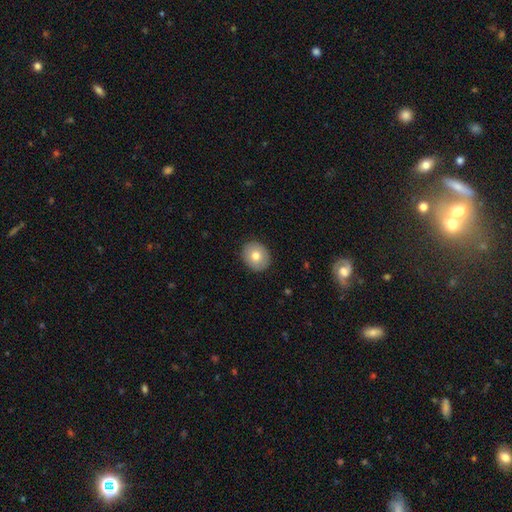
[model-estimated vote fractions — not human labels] smooth-or-featured: smooth: 74% | featured or disk: 18% | star or artifact: 8%
  how-rounded: round: 71% | in between: 28% | cigar-shaped: 1%
  merging: none: 89% | minor disturbance: 8% | major disturbance: 2% | merger: 1%